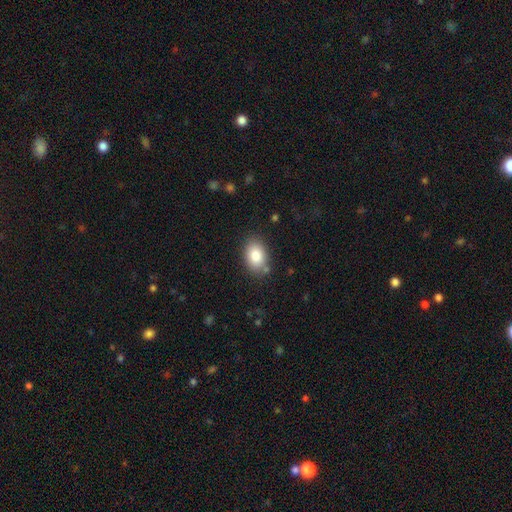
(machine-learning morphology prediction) Smooth or featured? Predicted: smooth (p=0.84). How rounded? Predicted: in between (p=0.84). Merging? Predicted: none (p=0.80).